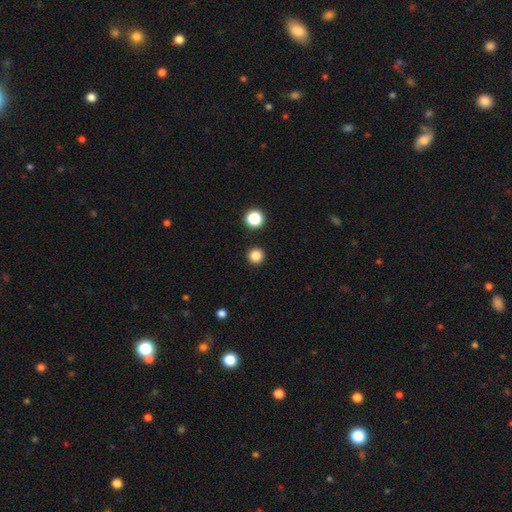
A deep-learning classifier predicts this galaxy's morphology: Overall: smooth (85%). How rounded: round (96%). Merging: none (93%).